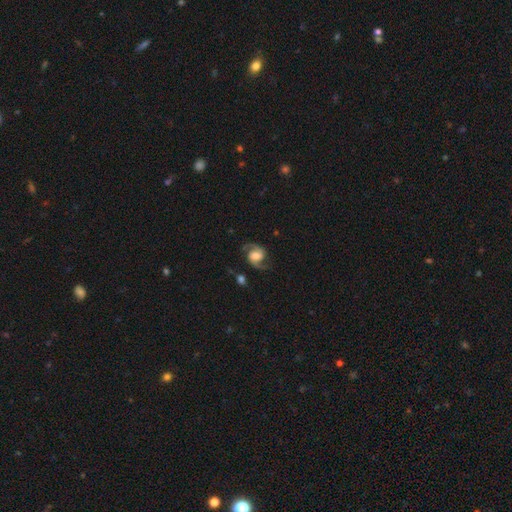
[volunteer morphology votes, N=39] This appears to be a featured or disk galaxy (85%) with no bar (45%), 2 (94%) loose (50%) spiral arms (97%) and a moderate central bulge (58%). Merging: none (78%).